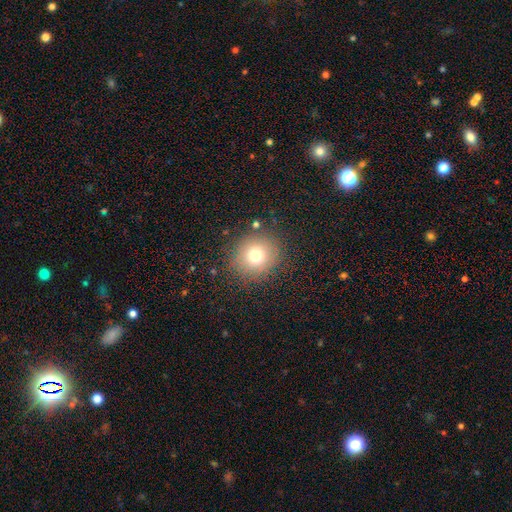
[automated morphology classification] Q: Smooth or featured?
A: smooth (74%); runner-up: star or artifact (15%)
Q: How rounded?
A: round (87%); runner-up: in between (12%)
Q: Merging?
A: none (86%); runner-up: minor disturbance (8%)